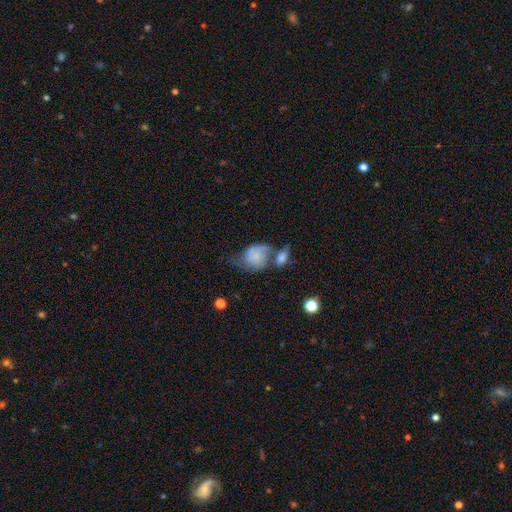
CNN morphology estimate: Smooth or featured? Predicted: smooth (p=0.59). How rounded? Predicted: in between (p=0.55). Merging? Predicted: merger (p=0.38).